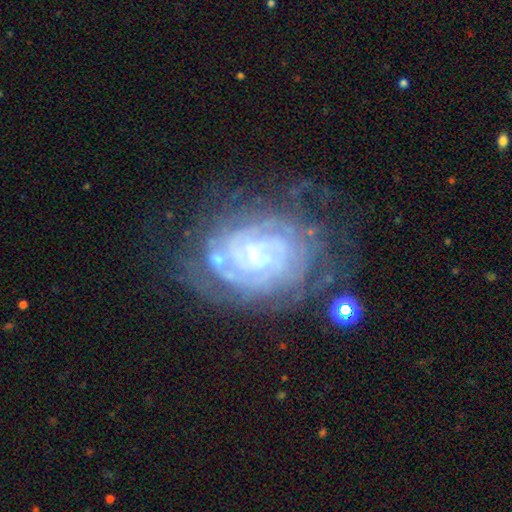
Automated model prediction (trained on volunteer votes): A featured or disk galaxy (85%) with no bar (46%), tight (79%) spiral arms (96%) and a small central bulge (62%).

Vote fractions:
- Smooth or featured? featured or disk: 85% / smooth: 8% / star or artifact: 8%
- Edge-on disk? no: 98% / yes: 2%
- Bar? no: 46% / weak: 41% / strong: 14%
- Spiral arms? yes: 96% / no: 4%
- Spiral winding? tight: 79% / medium: 18% / loose: 4%
- Spiral arm count? can't tell: 36% / 2: 24% / 3: 15% / 4: 12% / more than 4: 8% / 1: 6%
- Bulge size? small: 62% / none: 17% / moderate: 16% / large: 3% / dominant: 1%
- Merging? none: 64% / minor disturbance: 21% / major disturbance: 11% / merger: 4%